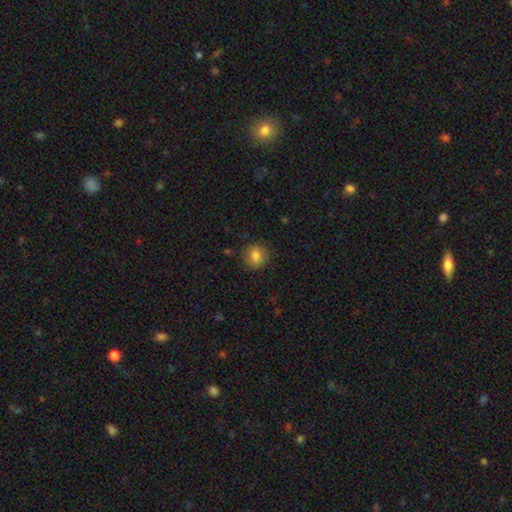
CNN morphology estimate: This is clearly a smooth galaxy (82%). How rounded: likely round (67%). Merging: clearly none (86%).